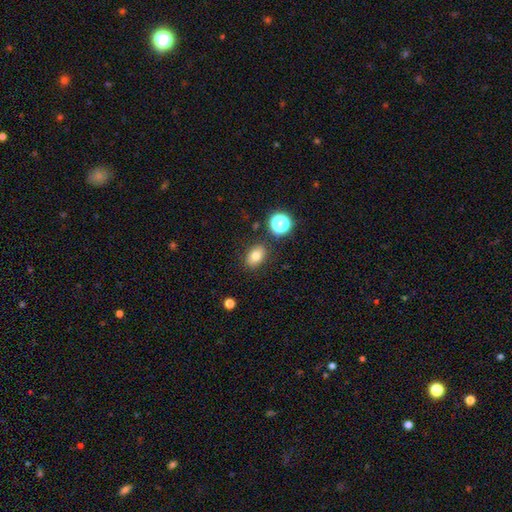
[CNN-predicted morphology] The model was most divided on "how rounded": in between: 74%, round: 25%, cigar-shaped: 1%. More confident: merging — none (84%); smooth or featured — smooth (77%).